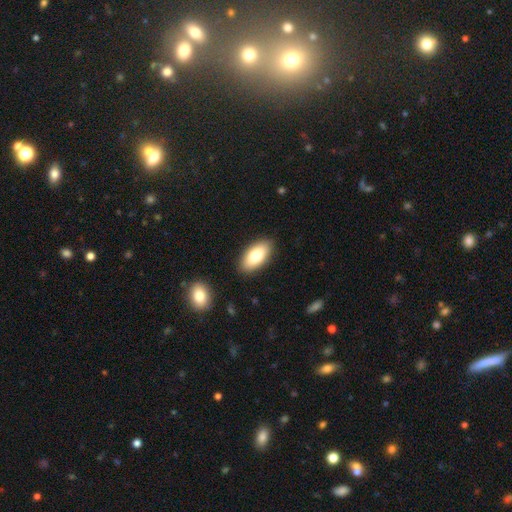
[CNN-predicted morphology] The model was most divided on "smooth or featured": smooth: 78%, featured or disk: 16%, star or artifact: 7%. More confident: how rounded — in between (92%); merging — none (88%).